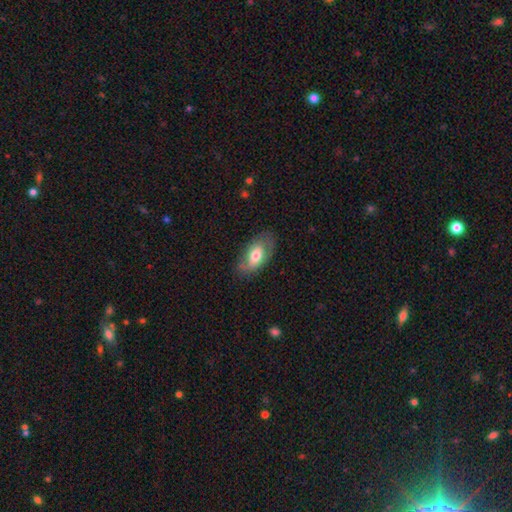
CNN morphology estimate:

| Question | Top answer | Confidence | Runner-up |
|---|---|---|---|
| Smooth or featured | smooth | 52% | featured or disk (41%) |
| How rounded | in between | 91% | round (5%) |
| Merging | none | 68% | minor disturbance (22%) |